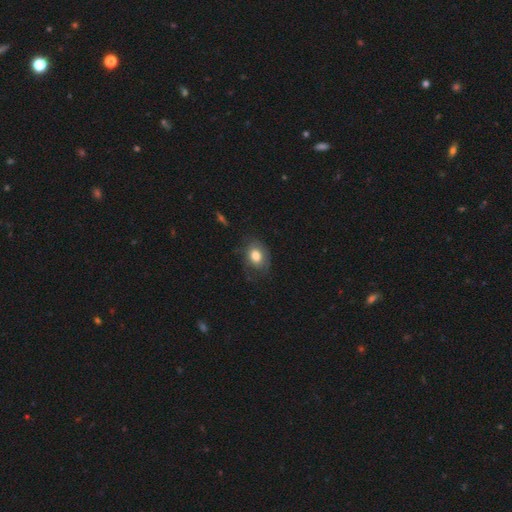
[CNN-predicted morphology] Overall: smooth (72%). How rounded: in between (63%; round 36%). Merging: none (59%; minor disturbance 25%).